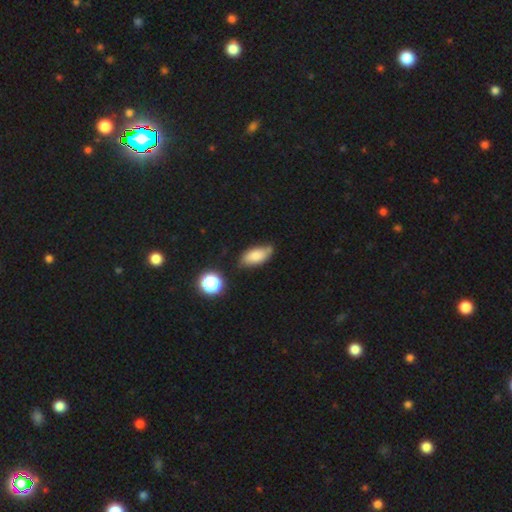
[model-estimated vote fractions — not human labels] A smooth galaxy with no disk features (76%) that is in between round and cigar-shaped (87%).

Vote fractions:
- Smooth or featured? smooth: 76% / featured or disk: 14% / star or artifact: 9%
- How rounded? in between: 87% / cigar-shaped: 9% / round: 4%
- Merging? none: 62% / minor disturbance: 26% / merger: 7% / major disturbance: 5%